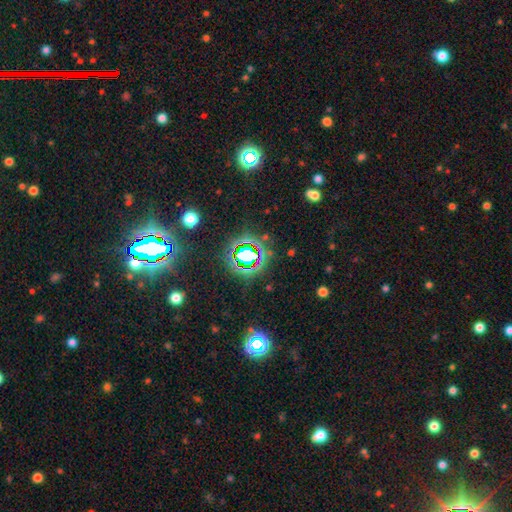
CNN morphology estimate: Smooth or featured? star or artifact (77%)